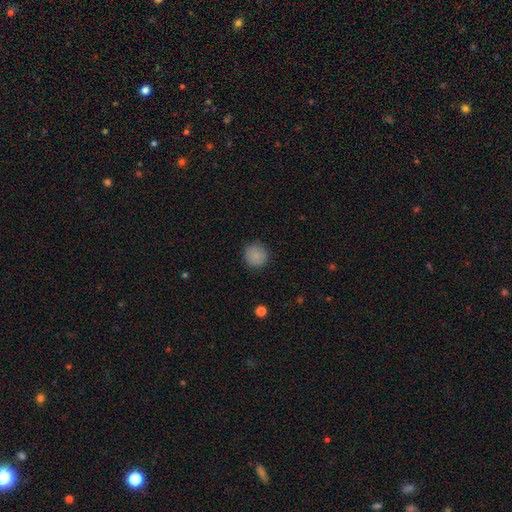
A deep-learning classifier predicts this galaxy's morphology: Smooth or featured?
  - smooth: 85% *
  - star or artifact: 9%
  - featured or disk: 7%
How rounded?
  - round: 93% *
  - in between: 7%
  - cigar-shaped: 1%
Merging?
  - none: 87% *
  - minor disturbance: 9%
  - major disturbance: 2%
  - merger: 1%